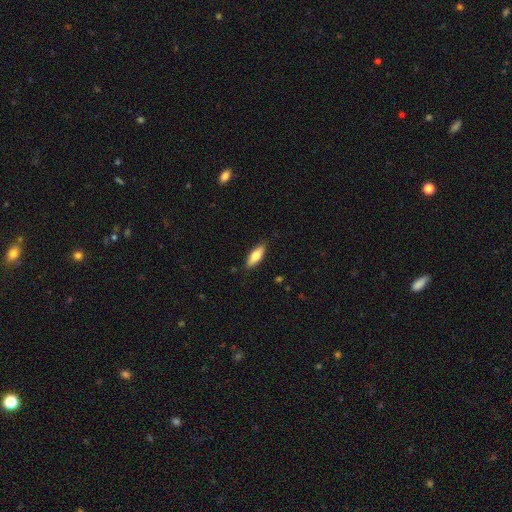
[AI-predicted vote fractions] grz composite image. It shows a smooth galaxy with no disk features (71%) that is in between round and cigar-shaped (67%). Merging: none (87%).